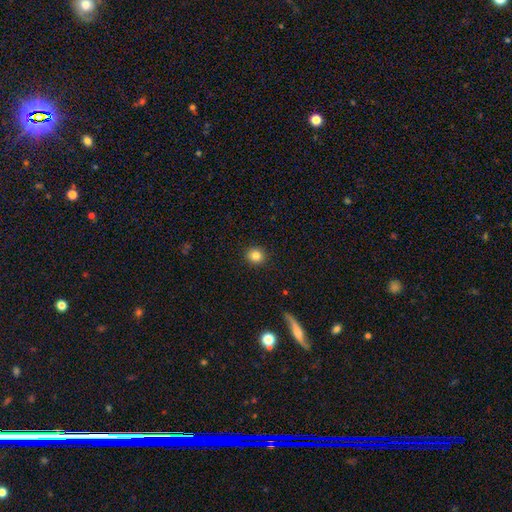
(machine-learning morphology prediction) This is clearly a smooth galaxy (83%). How rounded: clearly round (88%). Merging: clearly none (92%).